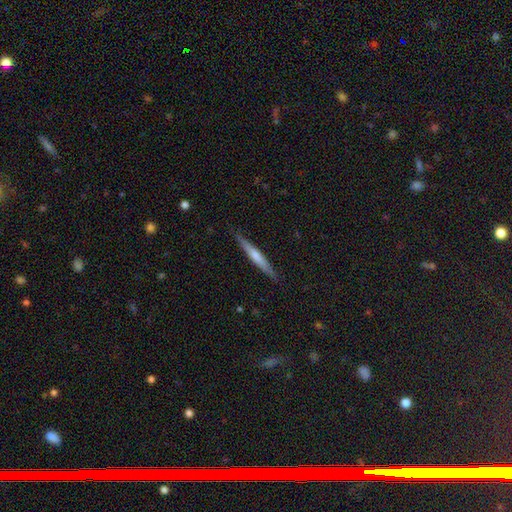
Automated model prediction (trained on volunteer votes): Smooth or featured?
  - smooth: 50% *
  - featured or disk: 45%
  - star or artifact: 5%
Merging?
  - none: 88% *
  - minor disturbance: 9%
  - major disturbance: 2%
  - merger: 1%